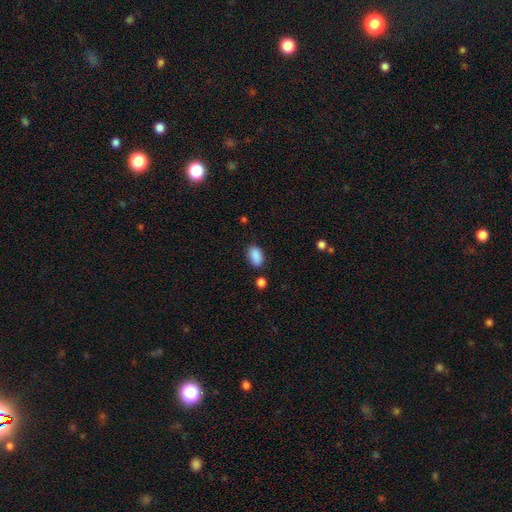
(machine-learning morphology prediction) This appears to be a smooth galaxy with no disk features (89%) that is in between round and cigar-shaped (91%). Merging: none (80%).